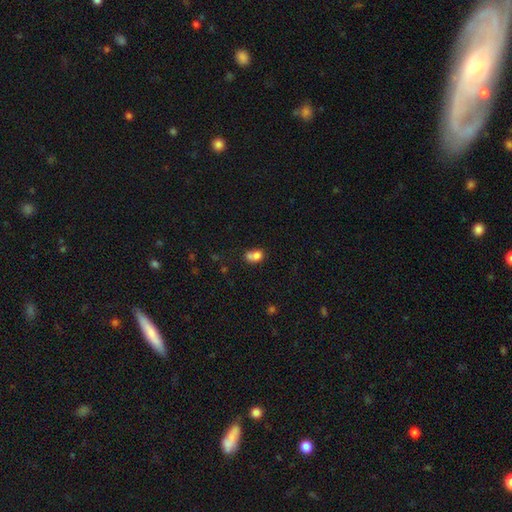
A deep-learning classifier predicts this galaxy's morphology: type=smooth (73%); roundness=round (52%); merging=merger (58%).